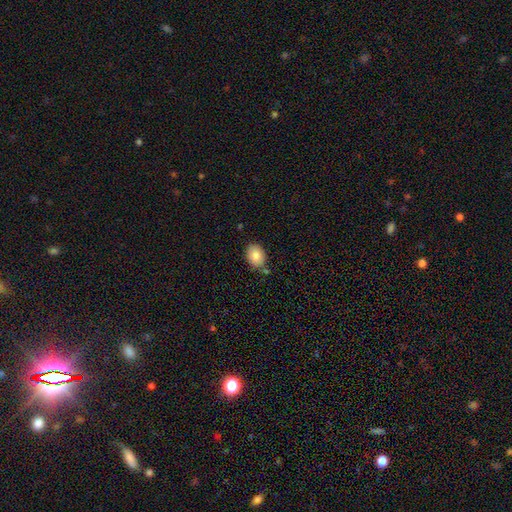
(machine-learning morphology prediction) type=smooth (84%); roundness=in between (75%); merging=none (77%).